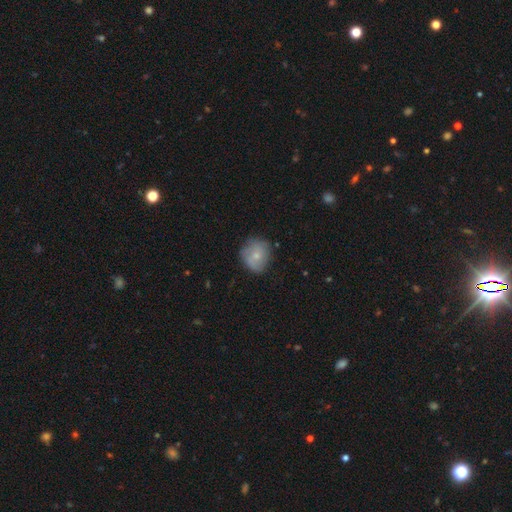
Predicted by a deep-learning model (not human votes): smooth 61%, featured or disk 31%, star or artifact 8%. Down the decision tree: how rounded — round (76%); merging — none (68%).